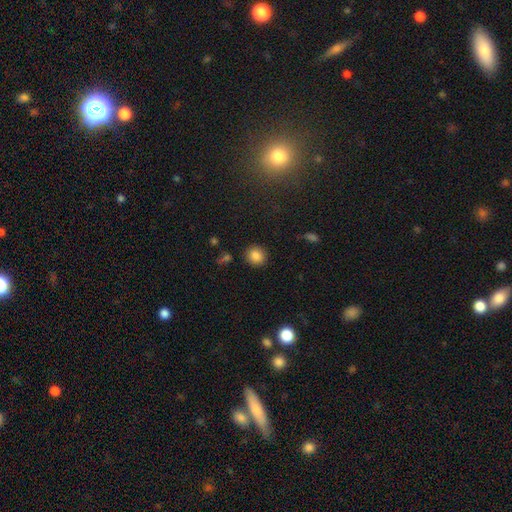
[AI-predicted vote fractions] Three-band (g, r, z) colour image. It shows a smooth galaxy with no disk features (85%) that is round (89%). Merging: none (90%).